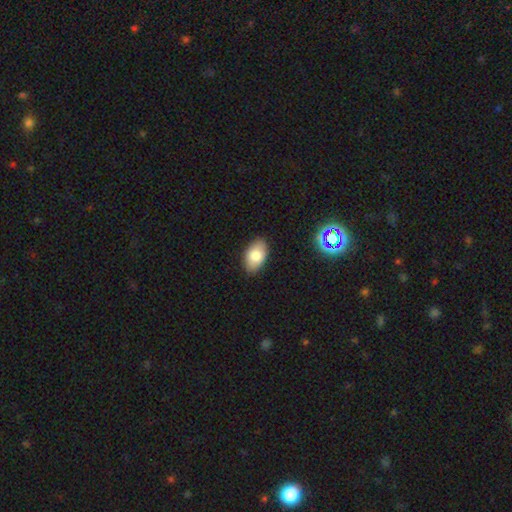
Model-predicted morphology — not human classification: The model was most divided on "smooth or featured": smooth: 83%, featured or disk: 9%, star or artifact: 8%. More confident: how rounded — in between (93%); merging — none (87%).